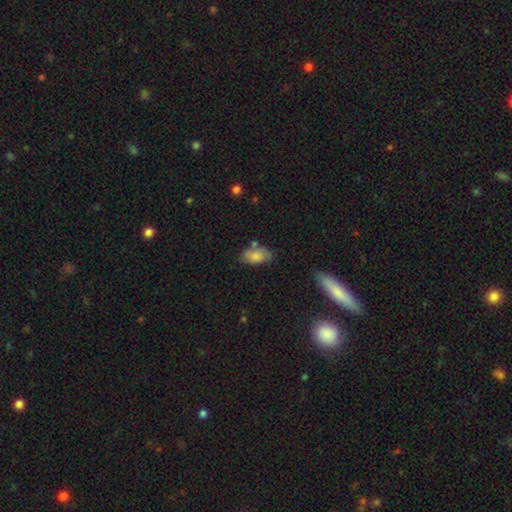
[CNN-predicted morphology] Smooth or featured? Predicted: smooth (p=0.78). How rounded? Predicted: in between (p=0.92). Merging? Predicted: none (p=0.58).